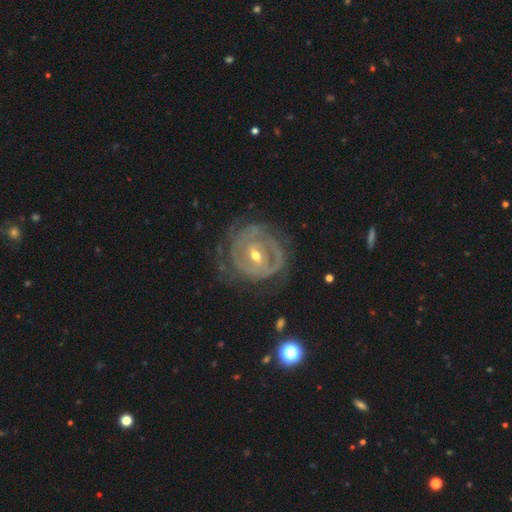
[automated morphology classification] Smooth or featured: featured or disk — 87% (smooth — 8%)
Edge-on disk: no — 97% (yes — 3%)
Bar: weak — 45% (no — 33%)
Spiral arms: yes — 89% (no — 11%)
Spiral winding: tight — 74% (medium — 19%)
Spiral arm count: can't tell — 36% (2 — 25%)
Bulge size: moderate — 56% (small — 41%)
Merging: none — 64% (minor disturbance — 21%)